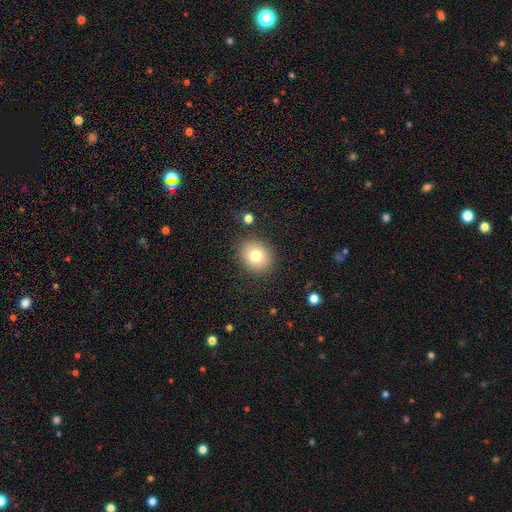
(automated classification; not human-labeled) smooth 77%, featured or disk 12%, star or artifact 11%. Down the decision tree: how rounded — round (67%); merging — none (86%).